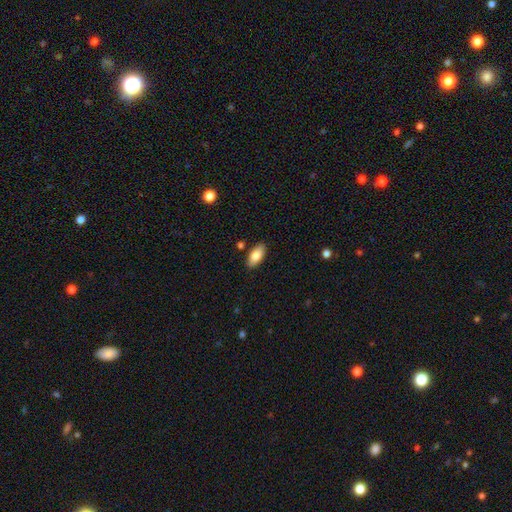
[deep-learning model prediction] smooth-or-featured: smooth: 80% | featured or disk: 13% | star or artifact: 7%
  how-rounded: in between: 89% | cigar-shaped: 9% | round: 2%
  merging: none: 87% | minor disturbance: 9% | merger: 2% | major disturbance: 2%